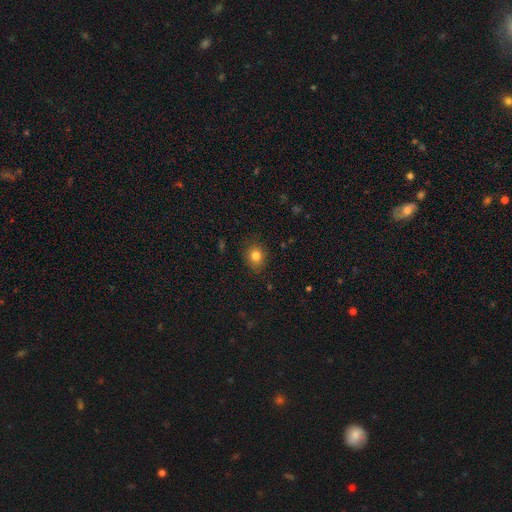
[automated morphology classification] Smooth or featured?
  - smooth: 80% *
  - star or artifact: 12%
  - featured or disk: 8%
How rounded?
  - round: 70% *
  - in between: 29%
  - cigar-shaped: 1%
Merging?
  - none: 87% *
  - minor disturbance: 9%
  - major disturbance: 2%
  - merger: 1%